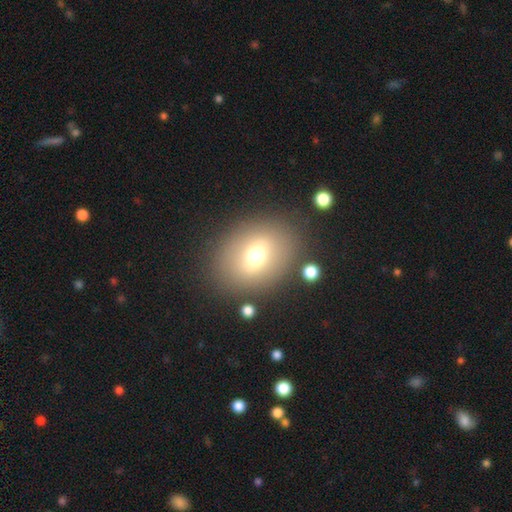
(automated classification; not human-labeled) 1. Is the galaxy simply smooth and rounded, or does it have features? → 60% smooth, 28% featured or disk, 12% star or artifact.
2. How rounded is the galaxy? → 55% in between, 43% round, 1% cigar-shaped.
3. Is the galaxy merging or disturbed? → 82% none, 10% minor disturbance, 5% major disturbance, 3% merger.